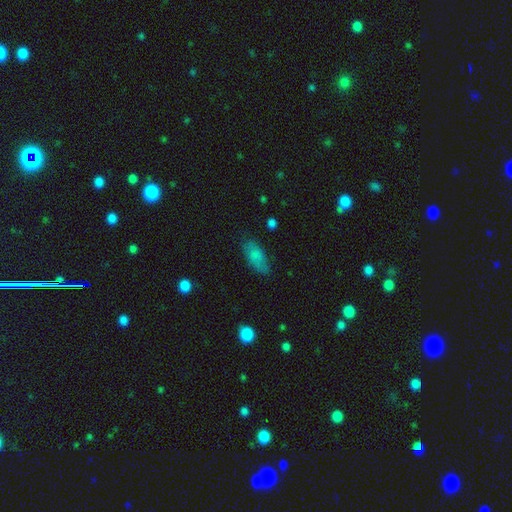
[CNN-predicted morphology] Smooth or featured?
  - smooth: 78% *
  - featured or disk: 13%
  - star or artifact: 8%
How rounded?
  - in between: 86% *
  - cigar-shaped: 12%
  - round: 3%
Merging?
  - none: 72% *
  - minor disturbance: 20%
  - major disturbance: 6%
  - merger: 2%